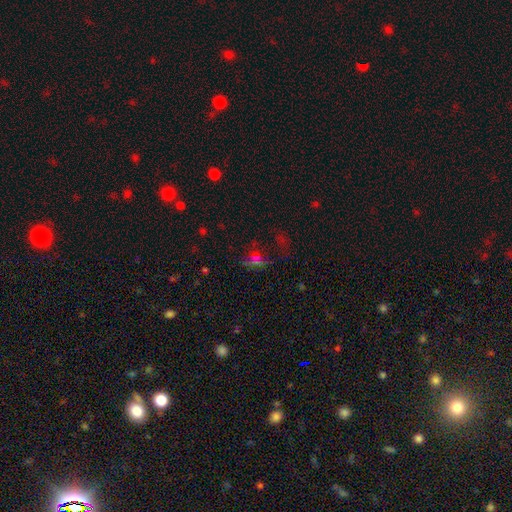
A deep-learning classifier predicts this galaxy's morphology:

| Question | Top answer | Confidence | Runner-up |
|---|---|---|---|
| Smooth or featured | star or artifact | 54% | smooth (32%) |